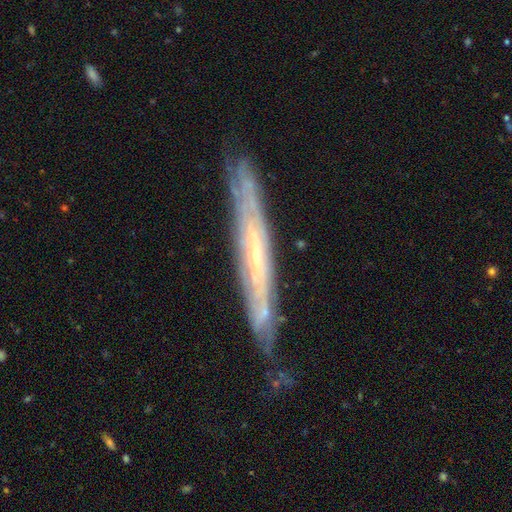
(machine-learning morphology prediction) smooth-or-featured: featured or disk: 77% | smooth: 17% | star or artifact: 6%
  disk-edge-on: yes: 74% | no: 26%
    edge-on-bulge: none: 58% | rounded: 38% | boxy: 4%
  merging: none: 76% | minor disturbance: 18% | major disturbance: 4% | merger: 2%